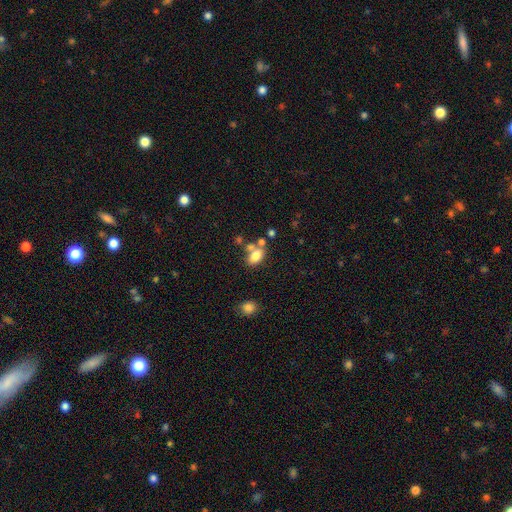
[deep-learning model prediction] Smooth or featured? smooth (76%)
How rounded? in between (85%)
Merging? none (50%)